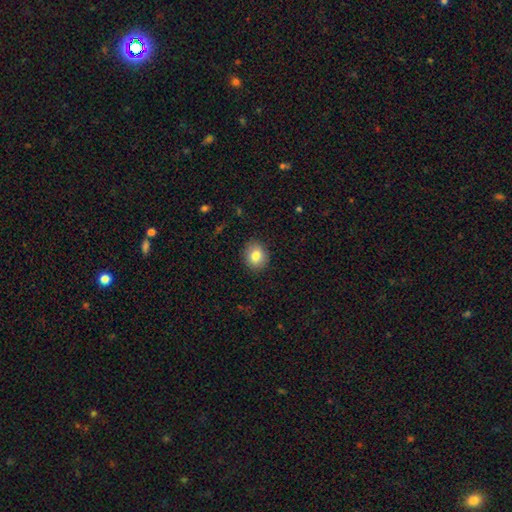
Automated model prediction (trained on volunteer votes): Morphology: type=smooth (82%); roundness=round (66%); merging=none (89%).